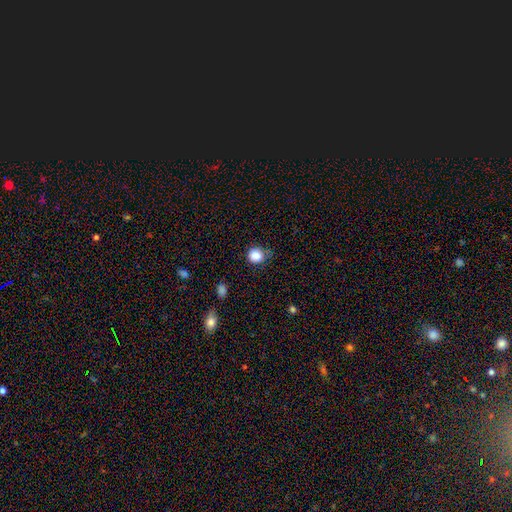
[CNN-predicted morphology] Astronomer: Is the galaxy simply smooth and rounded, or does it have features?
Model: smooth — 86%.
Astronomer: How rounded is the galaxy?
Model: round — 86%.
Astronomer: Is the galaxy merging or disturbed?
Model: none — 72%.